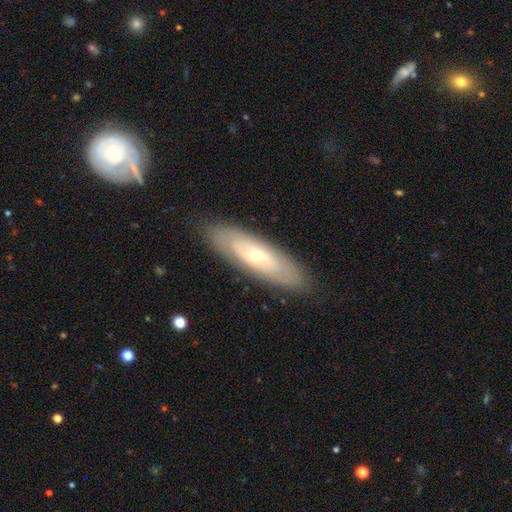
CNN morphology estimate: Smooth or featured: featured or disk — 61% (smooth — 32%)
Edge-on disk: no — 72% (yes — 28%)
Merging: none — 85% (minor disturbance — 11%)